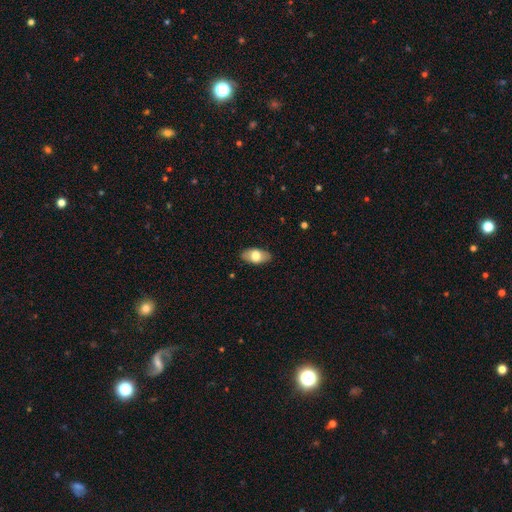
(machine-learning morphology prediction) Smooth or featured?
  - smooth: 73% *
  - featured or disk: 21%
  - star or artifact: 6%
How rounded?
  - in between: 92% *
  - round: 4%
  - cigar-shaped: 3%
Merging?
  - none: 85% *
  - minor disturbance: 12%
  - major disturbance: 2%
  - merger: 1%